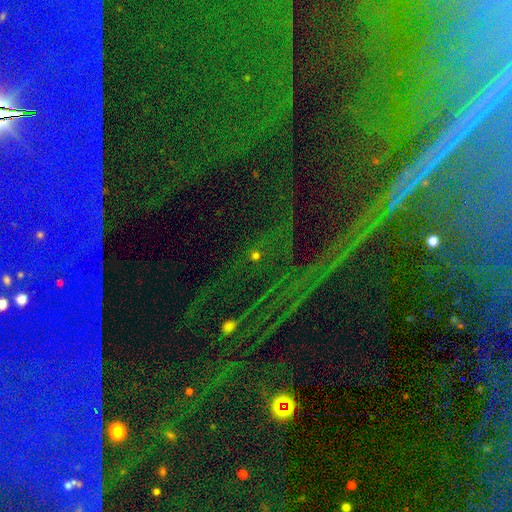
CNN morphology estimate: type=star or artifact (56%).